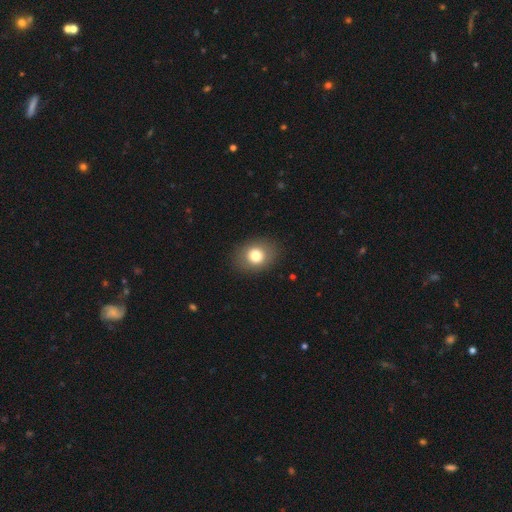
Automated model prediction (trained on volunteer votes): Smooth or featured? smooth (79%)
How rounded? round (51%)
Merging? none (87%)